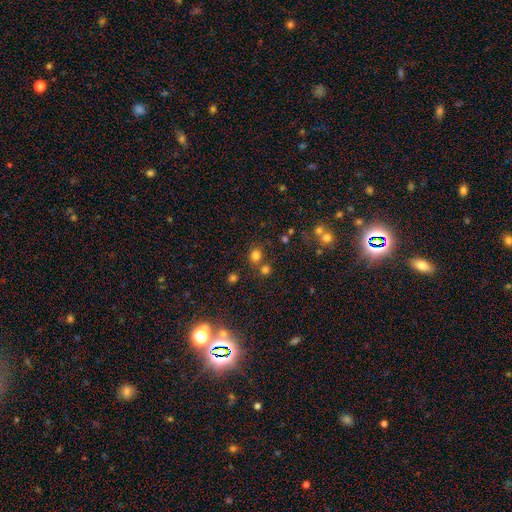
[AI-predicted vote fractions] Smooth or featured? Predicted: smooth (p=0.76). How rounded? Predicted: round (p=0.81). Merging? Predicted: none (p=0.69).